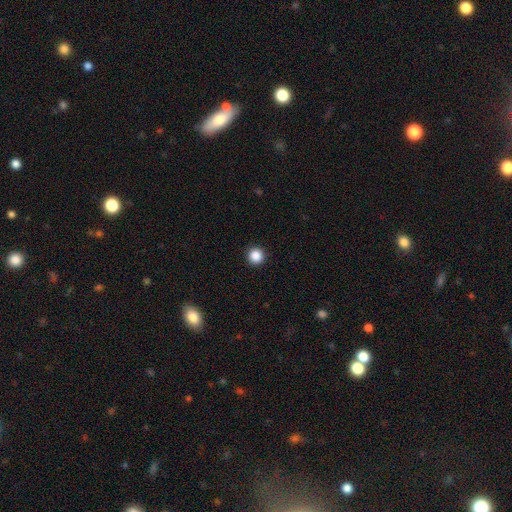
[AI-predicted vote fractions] Smooth or featured?
  - smooth: 87% *
  - star or artifact: 10%
  - featured or disk: 3%
How rounded?
  - round: 95% *
  - in between: 4%
  - cigar-shaped: 1%
Merging?
  - none: 93% *
  - minor disturbance: 4%
  - major disturbance: 2%
  - merger: 1%